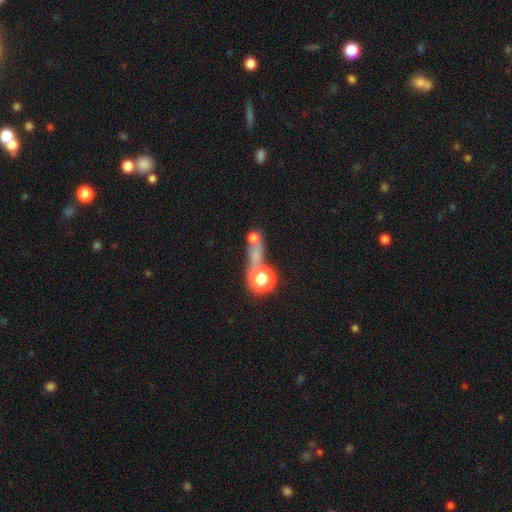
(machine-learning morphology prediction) A smooth galaxy with no disk features (49%). Merging: none (45%).